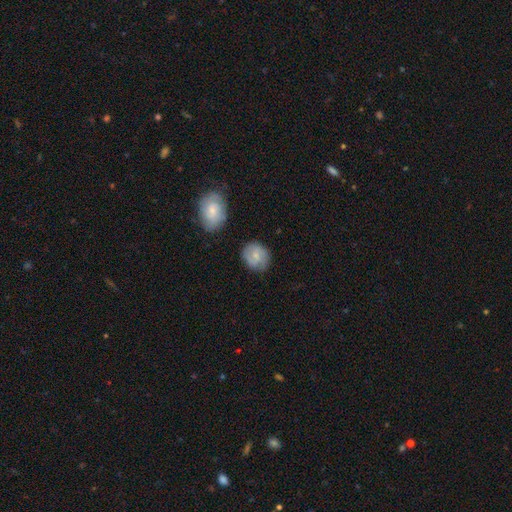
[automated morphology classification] The model was most divided on "smooth or featured": smooth: 52%, featured or disk: 41%, star or artifact: 7%. More confident: merging — none (76%); how rounded — round (75%).